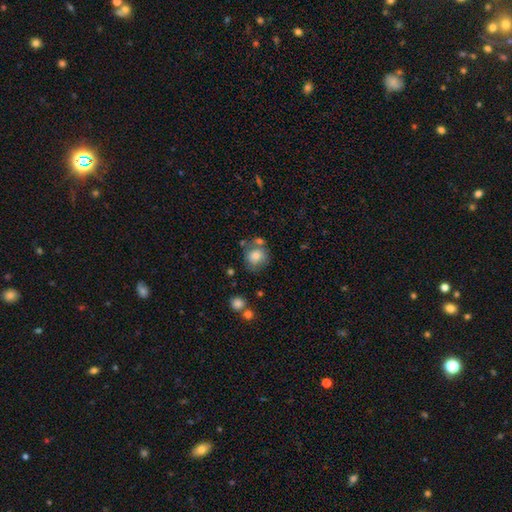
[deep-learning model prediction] This is likely a smooth galaxy (74%). How rounded: clearly round (81%). Merging: possibly none (59%).